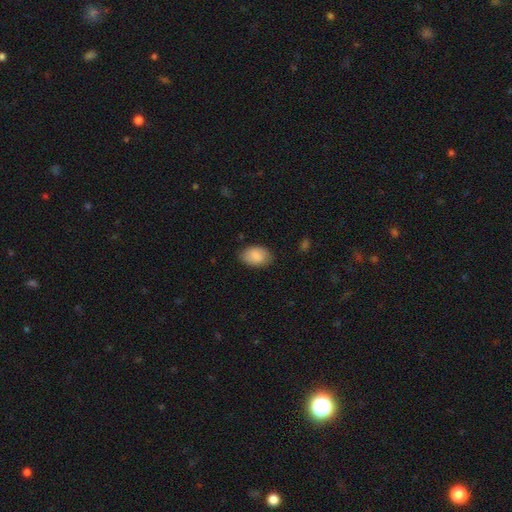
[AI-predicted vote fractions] This appears to be a smooth galaxy with no disk features (85%) that is in between round and cigar-shaped (88%). Merging: none (80%).